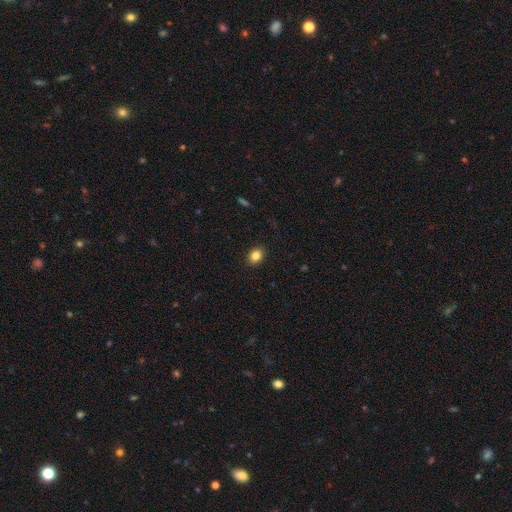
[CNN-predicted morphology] type=smooth (84%); roundness=in between (55%); merging=none (90%).